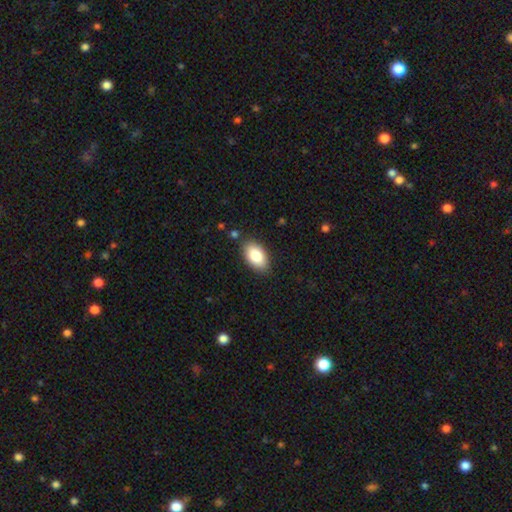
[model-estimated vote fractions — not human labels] Morphology: type=smooth (83%); roundness=in between (94%); merging=none (85%).